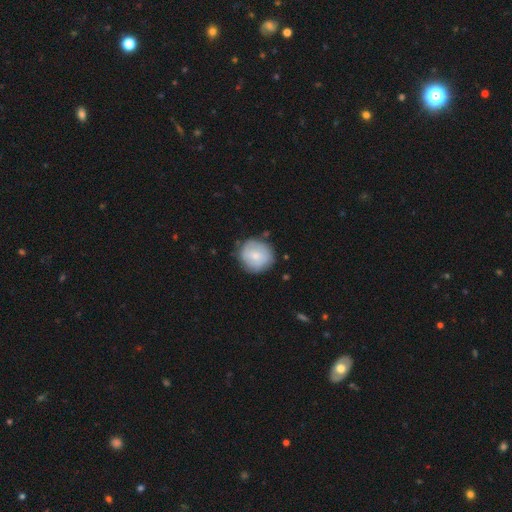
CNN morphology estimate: smooth_or_featured: smooth (p=0.64) [alt: featured or disk p=0.30]
how_rounded: round (p=0.90) [alt: in between p=0.09]
merging: none (p=0.77) [alt: minor disturbance p=0.16]